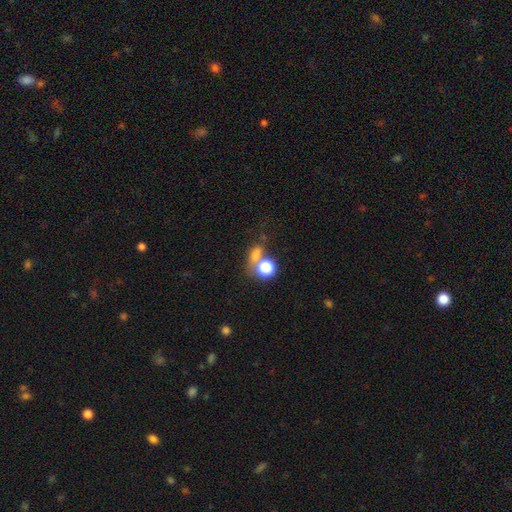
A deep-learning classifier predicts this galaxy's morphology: Smooth or featured?
  - smooth: 66% *
  - star or artifact: 21%
  - featured or disk: 13%
How rounded?
  - round: 57% *
  - in between: 39%
  - cigar-shaped: 4%
Merging?
  - none: 42% *
  - merger: 39%
  - minor disturbance: 10%
  - major disturbance: 9%